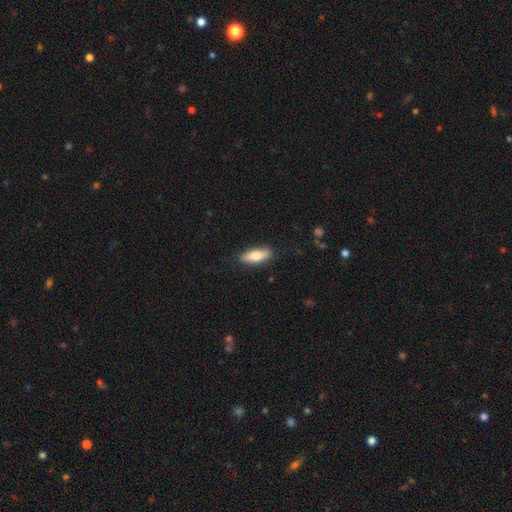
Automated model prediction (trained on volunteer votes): This is likely a smooth galaxy (73%). How rounded: possibly in between (60%). Merging: clearly none (84%).